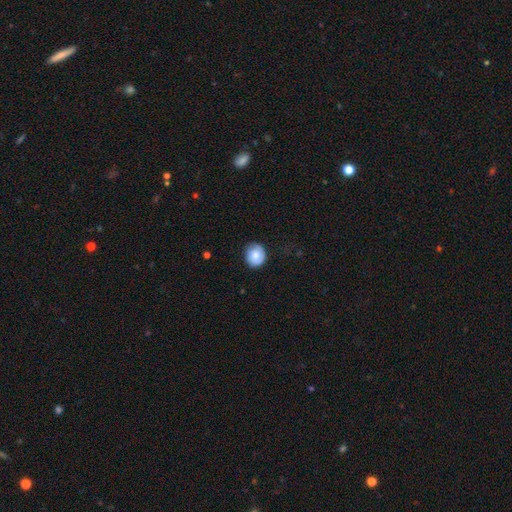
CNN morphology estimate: smooth_or_featured: smooth (p=0.77) [alt: featured or disk p=0.15]
how_rounded: round (p=0.74) [alt: in between p=0.25]
merging: none (p=0.75) [alt: minor disturbance p=0.20]